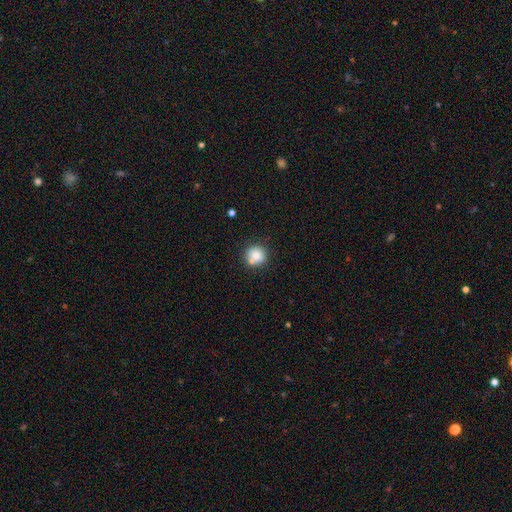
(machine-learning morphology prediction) smooth 80%, featured or disk 10%, star or artifact 10%. Down the decision tree: how rounded — round (90%); merging — none (68%).